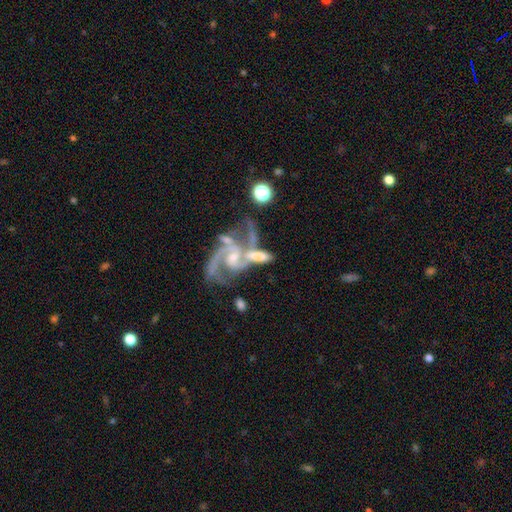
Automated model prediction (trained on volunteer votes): A featured or disk galaxy (85%) with no bar (51%), 2 (70%) medium (51%) spiral arms (95%) and a small central bulge (54%).

Vote fractions:
- Smooth or featured? featured or disk: 85% / smooth: 8% / star or artifact: 7%
- Edge-on disk? no: 95% / yes: 5%
- Bar? no: 51% / weak: 36% / strong: 13%
- Spiral arms? yes: 95% / no: 5%
- Spiral winding? medium: 51% / loose: 30% / tight: 20%
- Spiral arm count? 2: 70% / 3: 13% / can't tell: 8% / 1: 4% / 4: 3% / more than 4: 2%
- Bulge size? small: 54% / moderate: 34% / none: 8% / large: 3% / dominant: 1%
- Merging? merger: 41% / none: 28% / major disturbance: 17% / minor disturbance: 14%